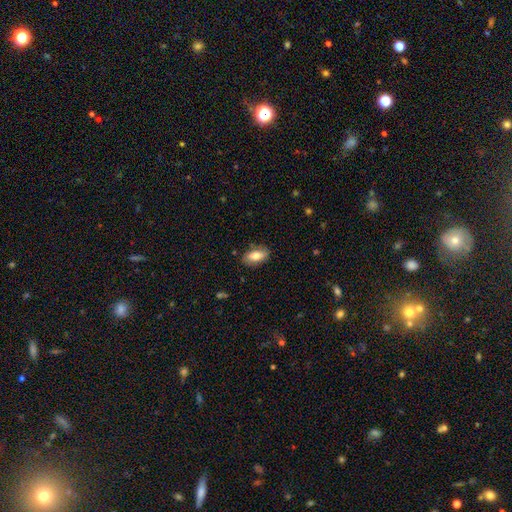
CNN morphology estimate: Q: Smooth or featured?
A: smooth (77%); runner-up: featured or disk (16%)
Q: How rounded?
A: in between (90%); runner-up: cigar-shaped (6%)
Q: Merging?
A: none (83%); runner-up: minor disturbance (13%)